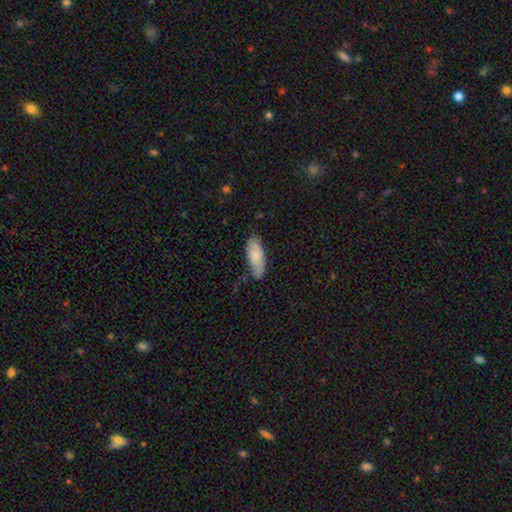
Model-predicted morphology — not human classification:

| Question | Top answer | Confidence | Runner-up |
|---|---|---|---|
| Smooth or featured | smooth | 70% | featured or disk (24%) |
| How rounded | in between | 76% | cigar-shaped (22%) |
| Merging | none | 64% | minor disturbance (27%) |